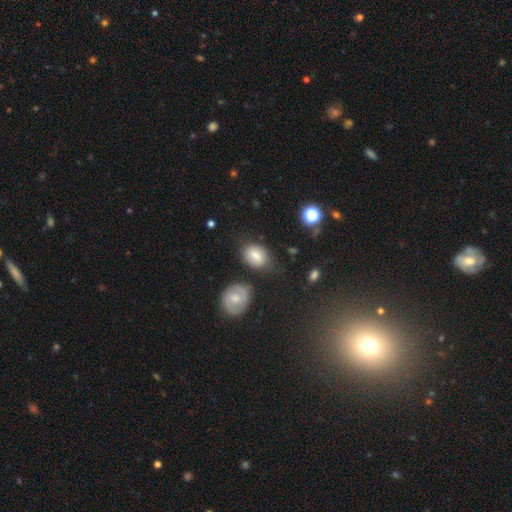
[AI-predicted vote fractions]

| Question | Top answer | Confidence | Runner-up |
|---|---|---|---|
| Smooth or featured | smooth | 75% | featured or disk (16%) |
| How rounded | in between | 74% | round (24%) |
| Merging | none | 67% | minor disturbance (20%) |